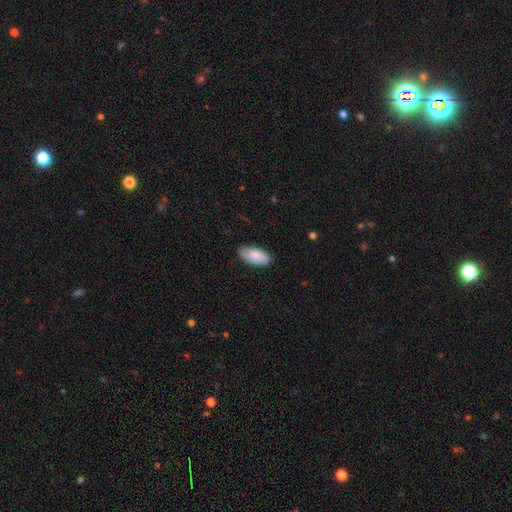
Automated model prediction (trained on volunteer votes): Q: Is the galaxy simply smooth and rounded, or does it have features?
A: smooth — 81%.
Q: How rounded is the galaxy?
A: in between — 93%.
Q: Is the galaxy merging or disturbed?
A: none — 84%.